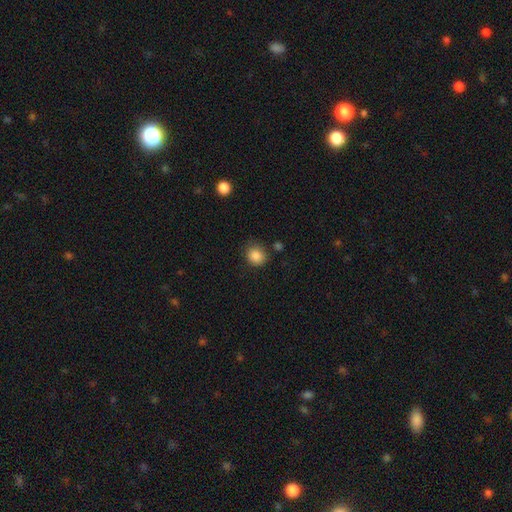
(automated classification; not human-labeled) smooth_or_featured: smooth (p=0.86) [alt: star or artifact p=0.10]
how_rounded: round (p=0.81) [alt: in between p=0.18]
merging: none (p=0.78) [alt: minor disturbance p=0.15]